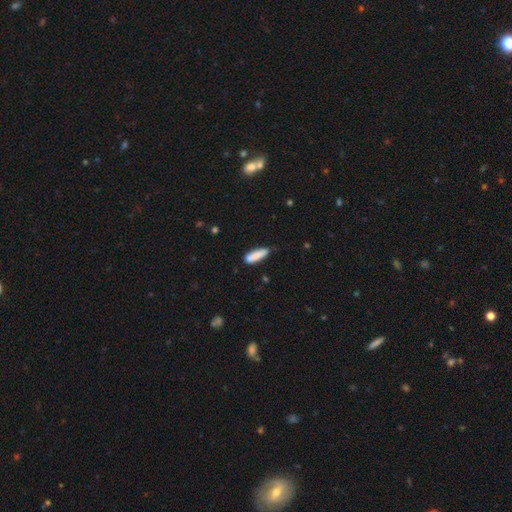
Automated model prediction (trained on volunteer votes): Smooth or featured: smooth — 84% (featured or disk — 10%)
How rounded: cigar-shaped — 62% (in between — 36%)
Merging: none — 70% (minor disturbance — 22%)